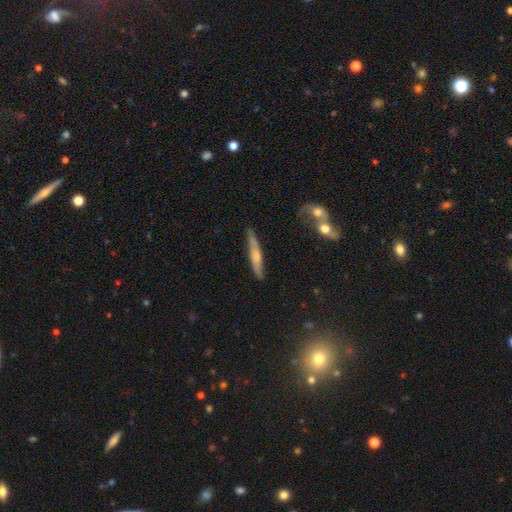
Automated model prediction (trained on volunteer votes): Overall: smooth (55%; featured or disk 39%). How rounded: cigar-shaped (91%). Merging: none (80%).